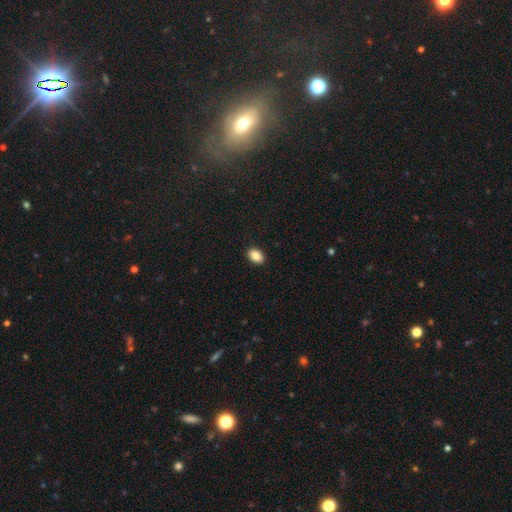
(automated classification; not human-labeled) The model was most divided on "how rounded": in between: 85%, round: 13%, cigar-shaped: 1%. More confident: merging — none (90%); smooth or featured — smooth (88%).